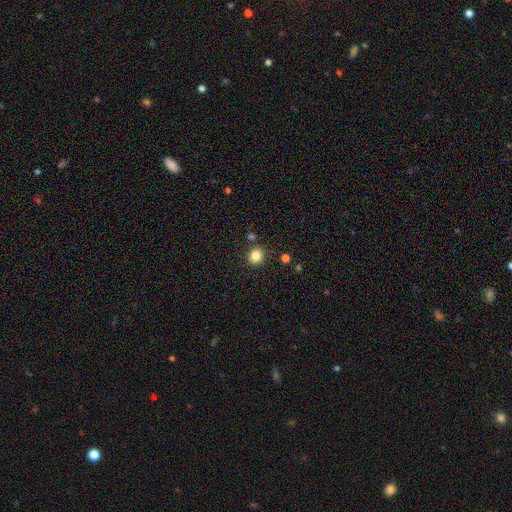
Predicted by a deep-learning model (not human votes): A smooth galaxy with no disk features (83%) that is round (83%). Merging: none (84%).